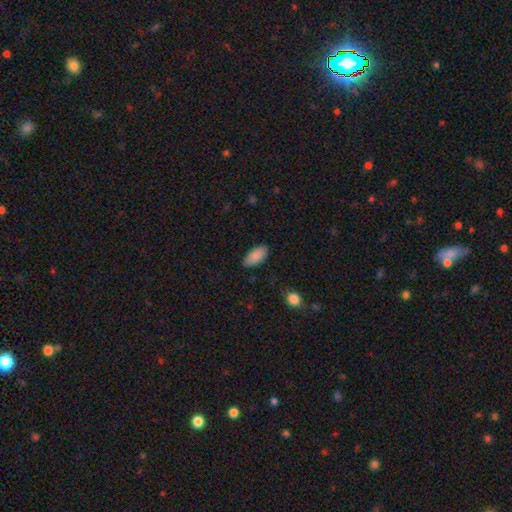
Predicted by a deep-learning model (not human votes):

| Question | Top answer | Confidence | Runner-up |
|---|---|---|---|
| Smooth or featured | smooth | 89% | star or artifact (6%) |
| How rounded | in between | 94% | cigar-shaped (4%) |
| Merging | none | 86% | minor disturbance (11%) |